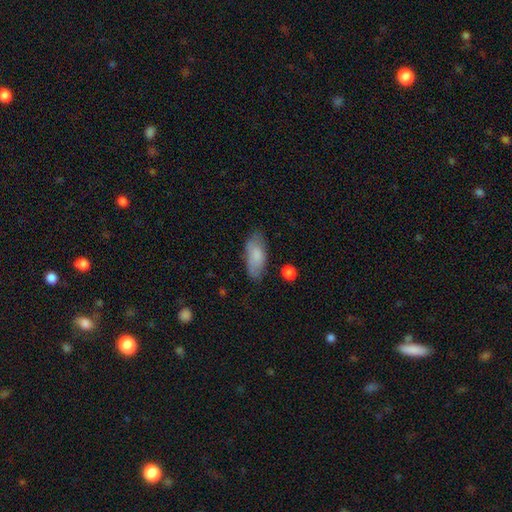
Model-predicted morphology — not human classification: Smooth or featured?
  - smooth: 79% *
  - featured or disk: 15%
  - star or artifact: 6%
How rounded?
  - in between: 85% *
  - cigar-shaped: 13%
  - round: 2%
Merging?
  - none: 71% *
  - minor disturbance: 21%
  - major disturbance: 6%
  - merger: 2%